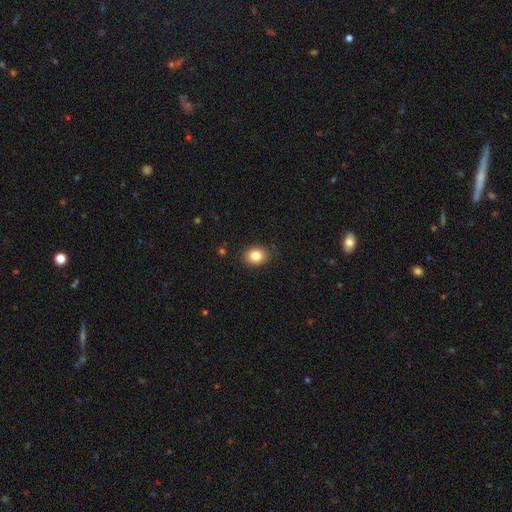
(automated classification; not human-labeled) Overall: smooth (84%). How rounded: round (50%; in between 49%). Merging: none (87%).